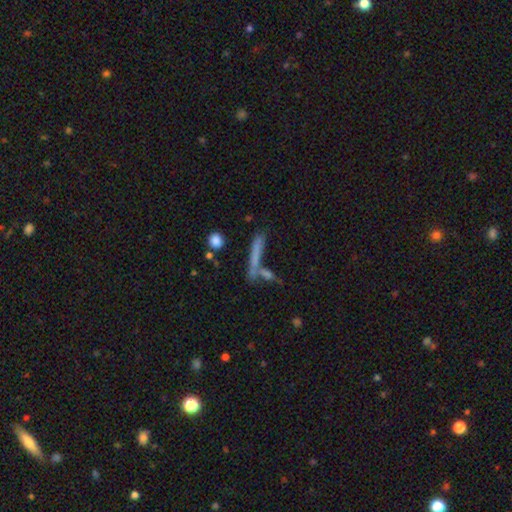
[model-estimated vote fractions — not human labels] Smooth or featured: smooth — 58% (featured or disk — 29%)
How rounded: cigar-shaped — 89% (in between — 7%)
Merging: none — 66% (merger — 17%)